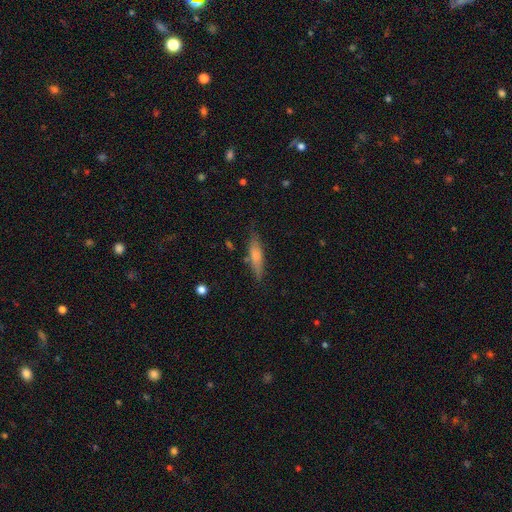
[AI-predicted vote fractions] This is likely a smooth galaxy (68%). How rounded: likely cigar-shaped (73%). Merging: likely none (74%).